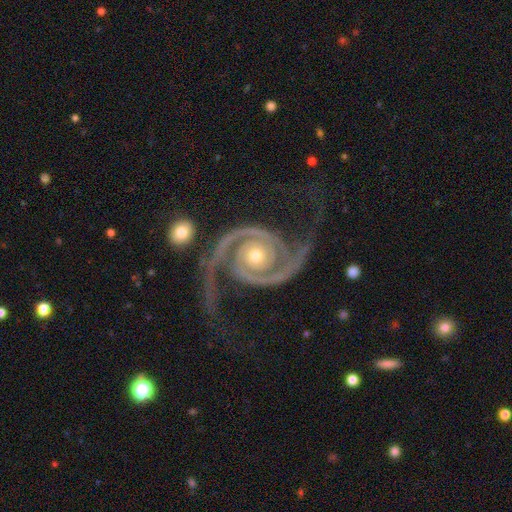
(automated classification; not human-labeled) A featured or disk galaxy (94%) with no bar (78%), 2 (93%) tight (53%) spiral arms (99%) and a moderate central bulge (56%).

Vote fractions:
- Smooth or featured? featured or disk: 94% / star or artifact: 3% / smooth: 2%
- Edge-on disk? no: 98% / yes: 2%
- Bar? no: 78% / weak: 14% / strong: 8%
- Spiral arms? yes: 99% / no: 1%
- Spiral winding? tight: 53% / medium: 37% / loose: 11%
- Spiral arm count? 2: 93% / 3: 2% / can't tell: 1% / 1: 1% / 4: 1% / more than 4: 1%
- Bulge size? moderate: 56% / small: 39% / large: 3% / none: 1% / dominant: 1%
- Merging? none: 66% / minor disturbance: 17% / major disturbance: 13% / merger: 5%